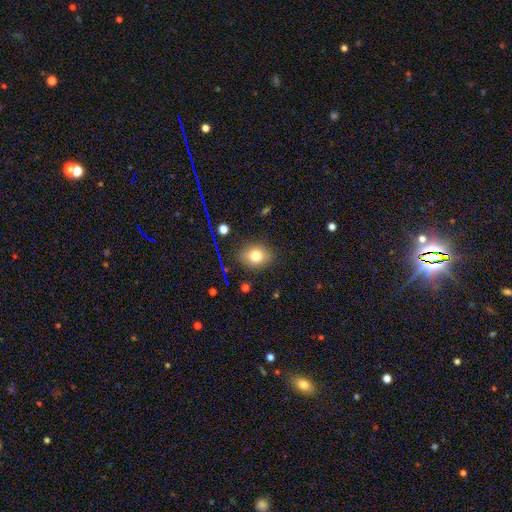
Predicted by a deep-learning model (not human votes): Overall: smooth (75%). How rounded: in between (52%; round 46%). Merging: none (85%).